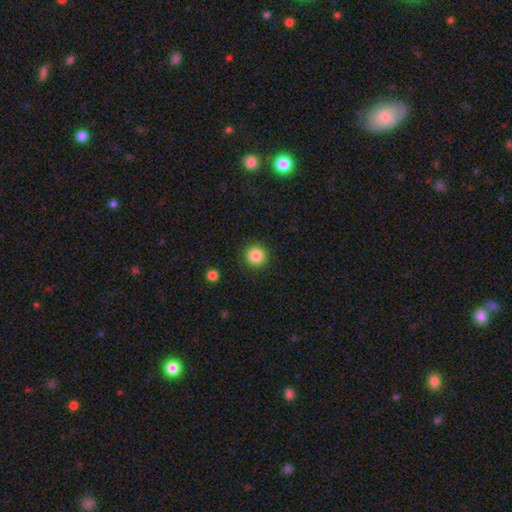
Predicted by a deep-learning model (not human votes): This appears to be a smooth galaxy with no disk features (85%) that is round (95%). Merging: none (91%).